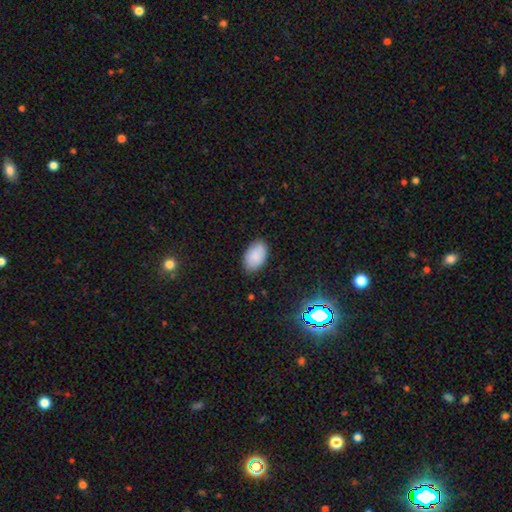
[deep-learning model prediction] Morphology: type=smooth (87%); roundness=in between (93%); merging=none (84%).